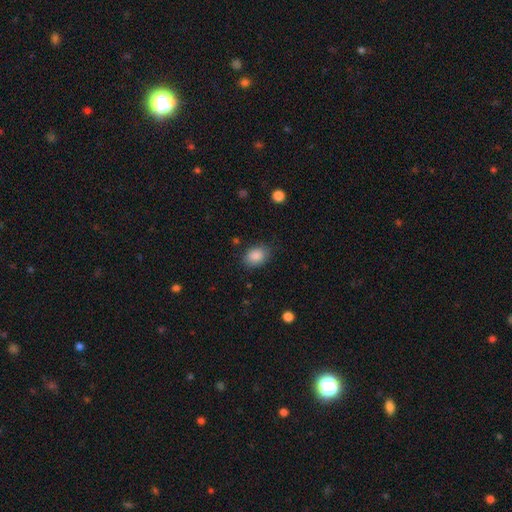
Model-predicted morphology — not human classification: Smooth or featured? Predicted: smooth (p=0.88). How rounded? Predicted: in between (p=0.71). Merging? Predicted: none (p=0.79).